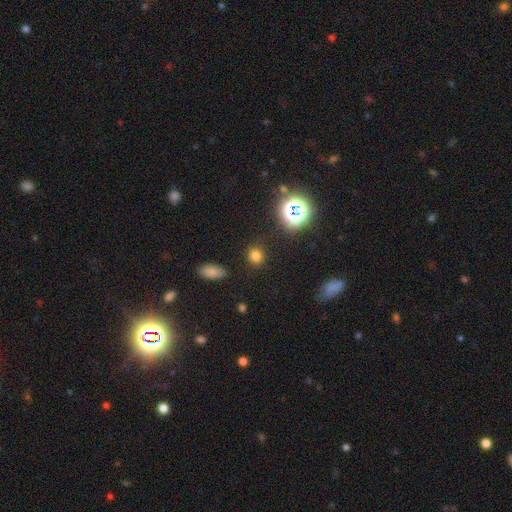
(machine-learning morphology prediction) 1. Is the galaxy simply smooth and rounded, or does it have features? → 73% smooth, 21% star or artifact, 6% featured or disk.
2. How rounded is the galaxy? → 77% round, 22% in between, 1% cigar-shaped.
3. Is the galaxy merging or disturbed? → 87% none, 8% minor disturbance, 3% major disturbance, 2% merger.